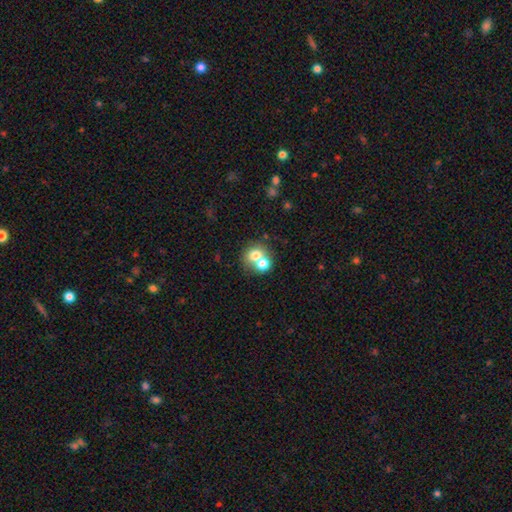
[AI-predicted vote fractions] The model was most divided on "merging": merger: 52%, none: 38%, minor disturbance: 6%, major disturbance: 3%. More confident: how rounded — round (74%); smooth or featured — smooth (71%).